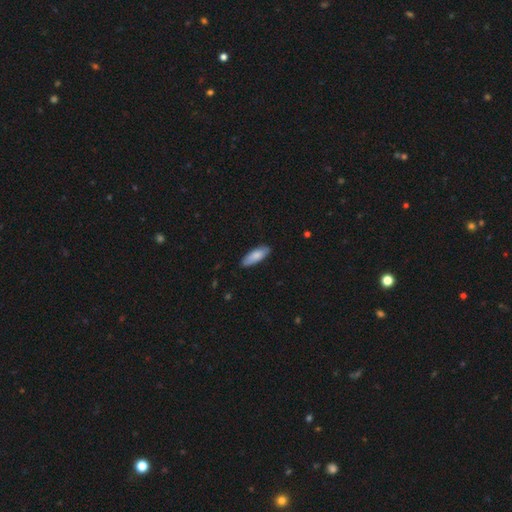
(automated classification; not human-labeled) Smooth or featured? smooth (83%)
How rounded? in between (63%)
Merging? none (85%)